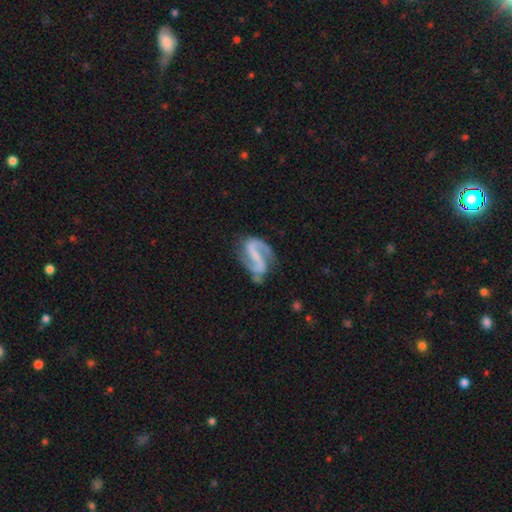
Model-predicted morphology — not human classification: A featured or disk galaxy (89%) with a strong bar (49%), 2 (92%) medium (47%) spiral arms (97%) and no central bulge (47%).

Vote fractions:
- Smooth or featured? featured or disk: 89% / smooth: 5% / star or artifact: 5%
- Edge-on disk? no: 98% / yes: 2%
- Bar? strong: 49% / weak: 33% / no: 17%
- Spiral arms? yes: 97% / no: 3%
- Spiral winding? medium: 47% / loose: 38% / tight: 15%
- Spiral arm count? 2: 92% / 1: 3% / can't tell: 2% / 3: 1% / 4: 1% / more than 4: 1%
- Bulge size? none: 47% / small: 38% / moderate: 12% / large: 2% / dominant: 1%
- Merging? none: 68% / minor disturbance: 18% / major disturbance: 10% / merger: 3%